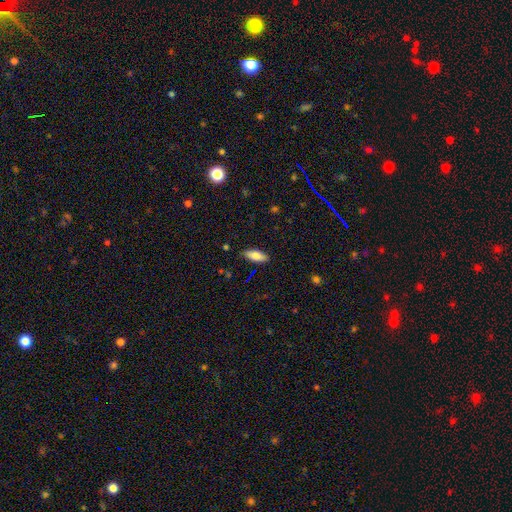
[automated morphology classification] This is likely a smooth galaxy (76%). How rounded: likely in between (77%). Merging: clearly none (87%).